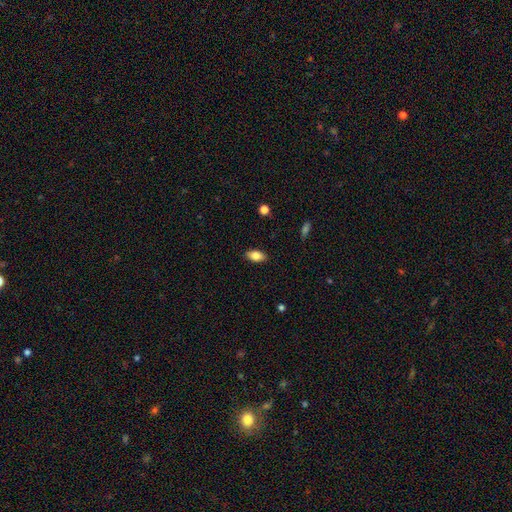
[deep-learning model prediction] smooth-or-featured: smooth: 82% | featured or disk: 11% | star or artifact: 8%
  how-rounded: in between: 91% | cigar-shaped: 5% | round: 4%
  merging: none: 88% | minor disturbance: 9% | major disturbance: 2% | merger: 1%